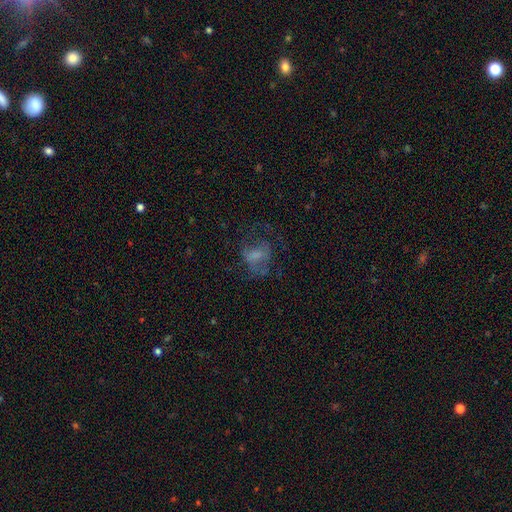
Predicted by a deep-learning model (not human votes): This is marginally a smooth galaxy (45%). Merging: marginally none (39%, tied with major disturbance).